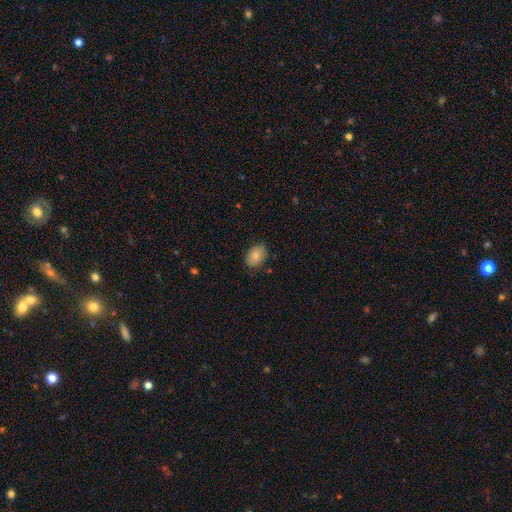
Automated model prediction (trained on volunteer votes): Morphology: type=smooth (79%); roundness=in between (79%); merging=none (83%).